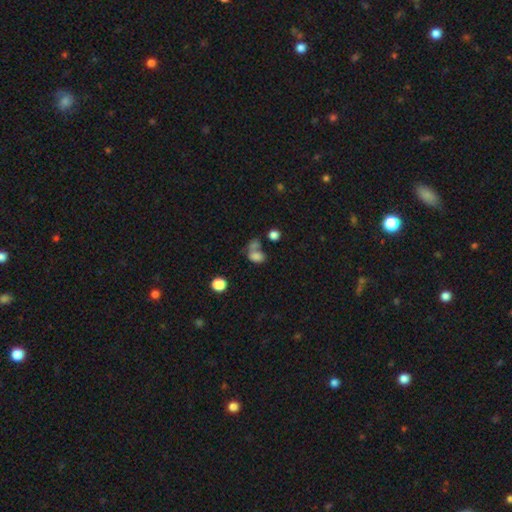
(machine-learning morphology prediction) Smooth or featured?
  - smooth: 74% *
  - star or artifact: 14%
  - featured or disk: 12%
How rounded?
  - in between: 73% *
  - round: 26%
  - cigar-shaped: 2%
Merging?
  - merger: 46% *
  - none: 27%
  - major disturbance: 14%
  - minor disturbance: 13%